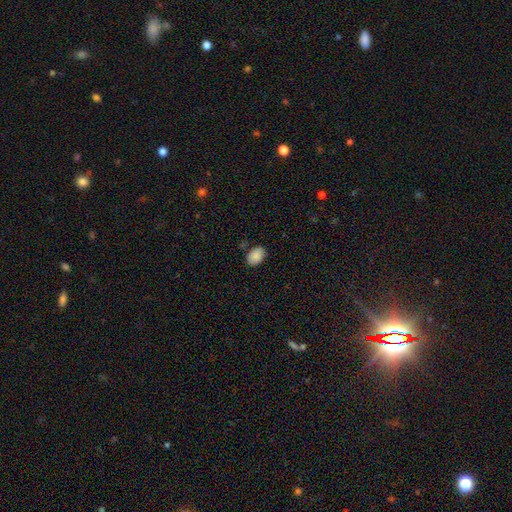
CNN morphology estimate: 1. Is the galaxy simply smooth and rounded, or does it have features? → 88% smooth, 8% star or artifact, 4% featured or disk.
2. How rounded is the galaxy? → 85% in between, 14% round, 1% cigar-shaped.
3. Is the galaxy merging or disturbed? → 81% none, 13% minor disturbance, 3% major disturbance, 3% merger.